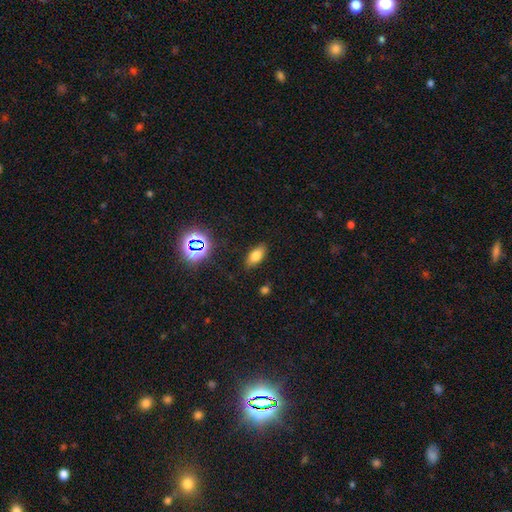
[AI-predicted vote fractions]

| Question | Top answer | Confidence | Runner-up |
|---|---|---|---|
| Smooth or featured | smooth | 73% | star or artifact (15%) |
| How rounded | in between | 85% | cigar-shaped (10%) |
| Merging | none | 86% | minor disturbance (10%) |